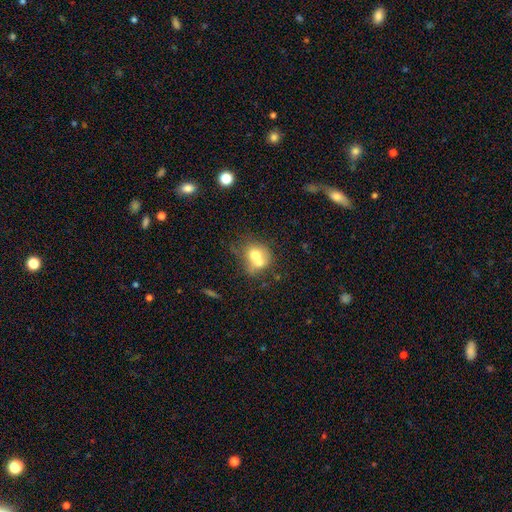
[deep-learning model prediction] A smooth galaxy with no disk features (67%) that is round (67%). Merging: merger (52%).